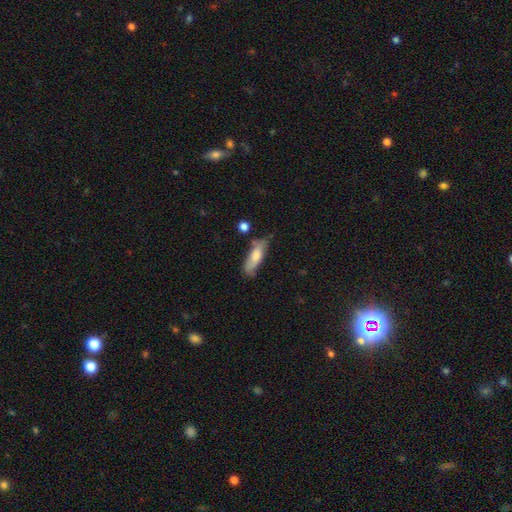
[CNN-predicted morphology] smooth_or_featured: smooth (p=0.71) [alt: featured or disk p=0.23]
how_rounded: in between (p=0.52) [alt: cigar-shaped p=0.46]
merging: none (p=0.59) [alt: minor disturbance p=0.27]